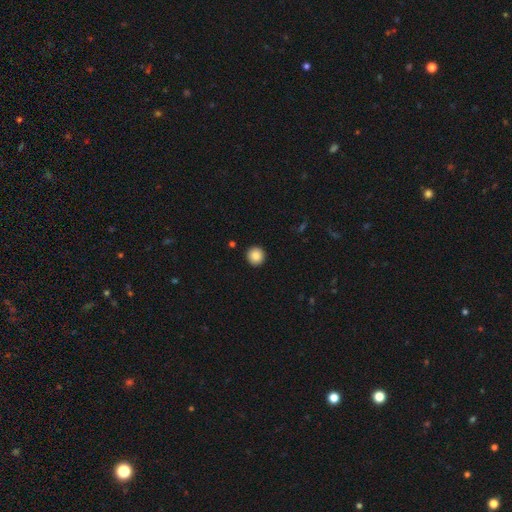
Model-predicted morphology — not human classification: Smooth or featured: smooth — 87% (star or artifact — 9%)
How rounded: round — 95% (in between — 5%)
Merging: none — 93% (minor disturbance — 4%)